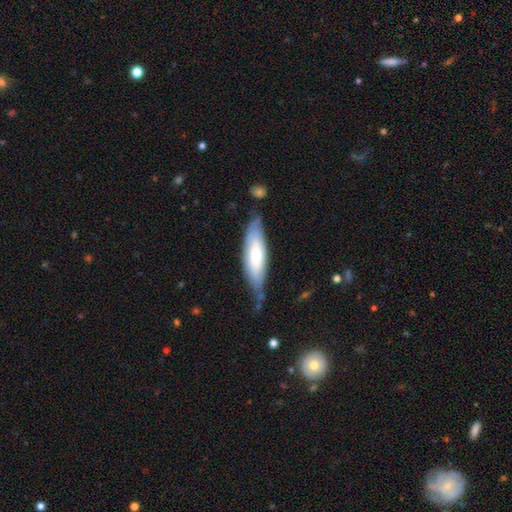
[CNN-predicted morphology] Smooth or featured? Predicted: smooth (p=0.64). How rounded? Predicted: cigar-shaped (p=0.51). Merging? Predicted: none (p=0.61).